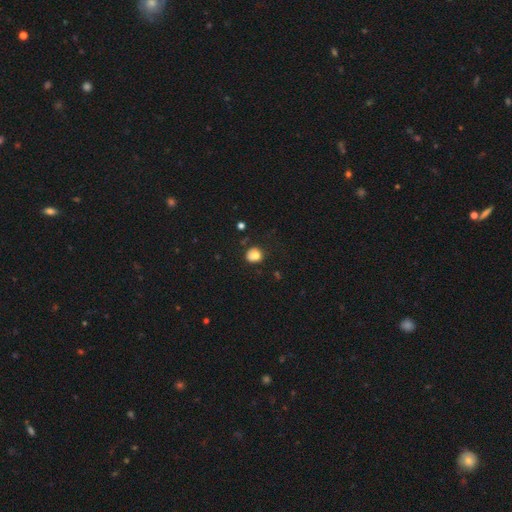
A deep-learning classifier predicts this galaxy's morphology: Smooth or featured? Predicted: smooth (p=0.81). How rounded? Predicted: round (p=0.79). Merging? Predicted: none (p=0.76).